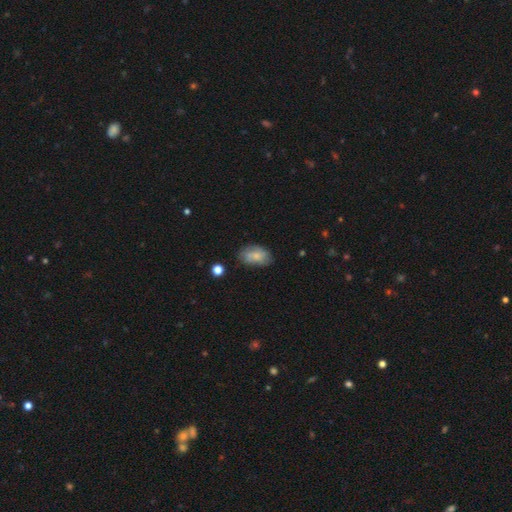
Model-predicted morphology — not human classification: Overall: smooth (67%). How rounded: in between (90%). Merging: none (65%).